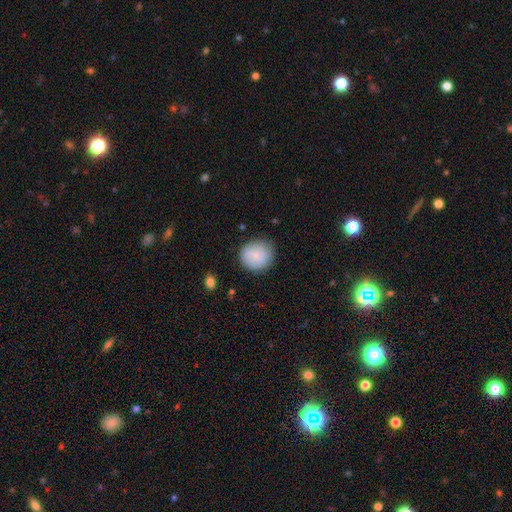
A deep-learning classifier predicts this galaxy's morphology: Overall: smooth (79%). How rounded: round (85%). Merging: none (80%).